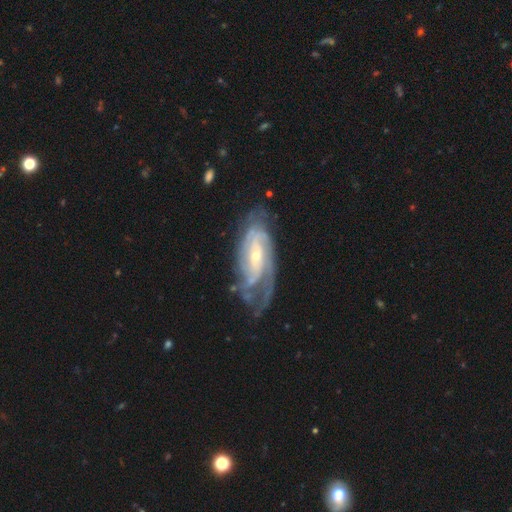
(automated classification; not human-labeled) Morphology: type=featured or disk (87%); edge-on=no (94%); bar=no (46%); spiral arms=yes (96%); winding=tight (58%); arm count=can't tell (31%); bulge=small (69%); merging=none (60%).